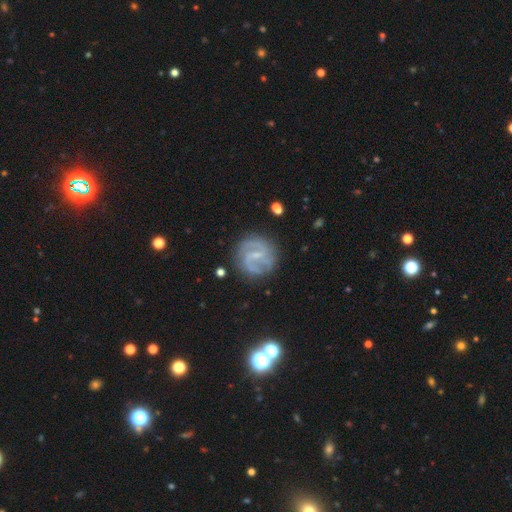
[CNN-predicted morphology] Smooth or featured? Predicted: featured or disk (p=0.80). Edge-on disk? Predicted: no (p=0.98). Bar? Predicted: weak (p=0.55). Spiral arms? Predicted: yes (p=0.92). Spiral winding? Predicted: medium (p=0.47). Spiral arm count? Predicted: 2 (p=0.77). Bulge size? Predicted: small (p=0.59). Merging? Predicted: none (p=0.78).